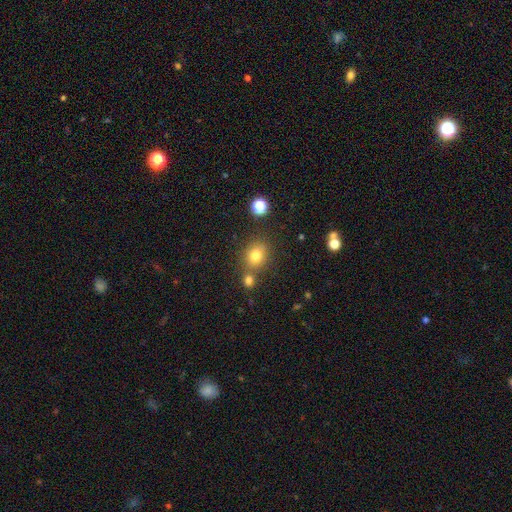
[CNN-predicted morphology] Smooth or featured? smooth (77%)
How rounded? round (63%)
Merging? none (67%)